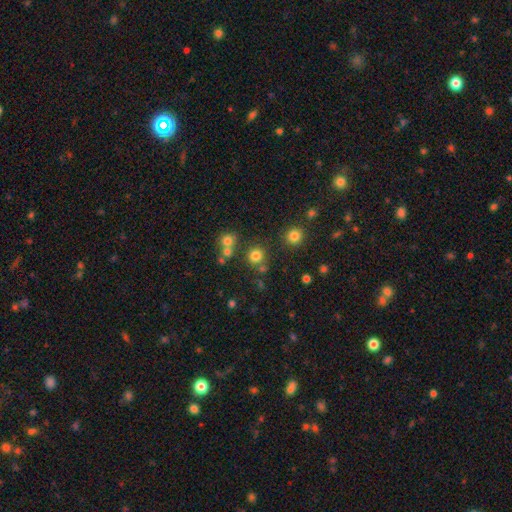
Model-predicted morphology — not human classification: smooth 77%, star or artifact 17%, featured or disk 6%. Down the decision tree: how rounded — round (93%); merging — none (77%).